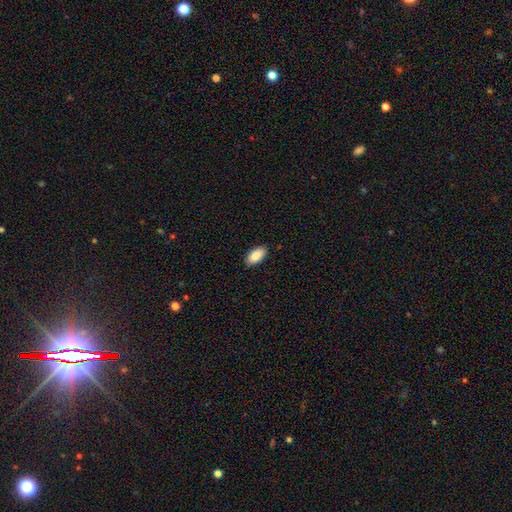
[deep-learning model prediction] A smooth galaxy with no disk features (87%) that is in between round and cigar-shaped (93%). Merging: none (89%).